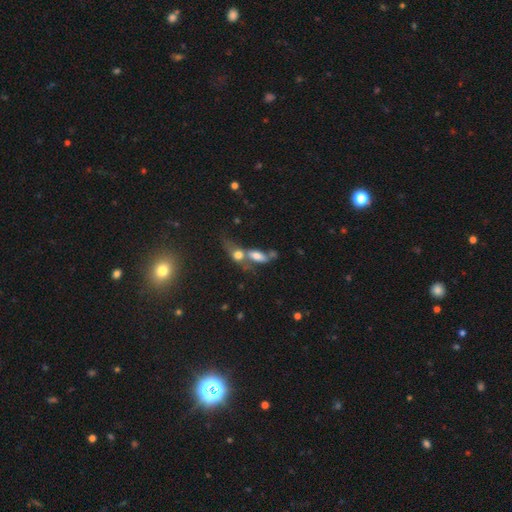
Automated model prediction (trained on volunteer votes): The model was most divided on "smooth or featured": smooth: 58%, featured or disk: 29%, star or artifact: 13%. More confident: how rounded — in between (73%); merging — merger (70%).